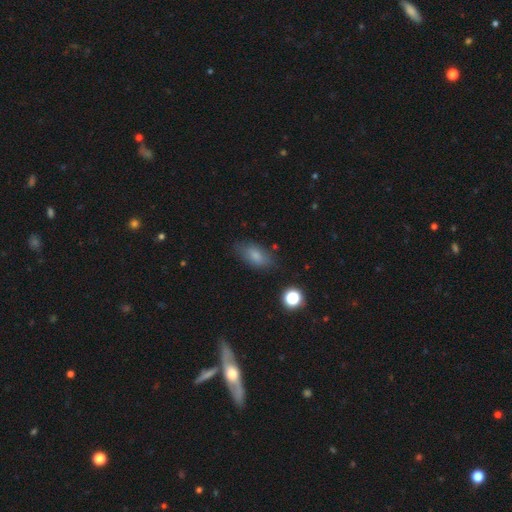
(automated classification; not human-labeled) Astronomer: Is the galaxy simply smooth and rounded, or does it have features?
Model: smooth — 79%.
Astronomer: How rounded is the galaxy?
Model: in between — 88%.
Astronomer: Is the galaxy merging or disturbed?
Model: none — 74%.